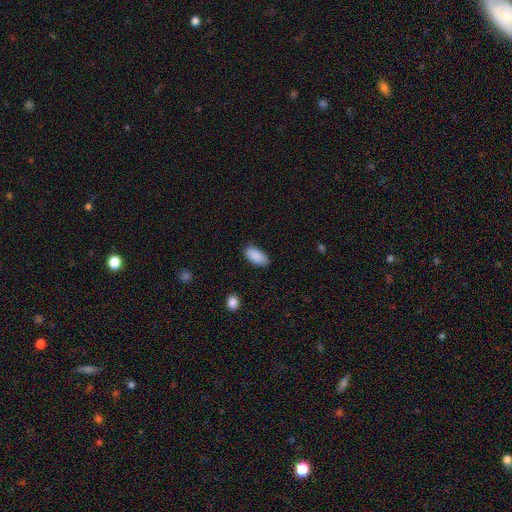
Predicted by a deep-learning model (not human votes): A smooth galaxy with no disk features (90%) that is in between round and cigar-shaped (93%). Merging: none (84%).